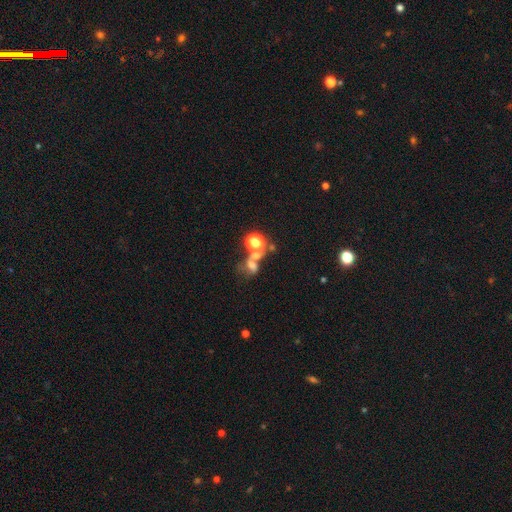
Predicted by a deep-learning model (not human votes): A smooth galaxy with no disk features (52%) that is in between round and cigar-shaped (50%).

Vote fractions:
- Smooth or featured? smooth: 52% / star or artifact: 25% / featured or disk: 24%
- How rounded? in between: 50% / round: 48% / cigar-shaped: 2%
- Merging? merger: 50% / none: 26% / major disturbance: 14% / minor disturbance: 10%